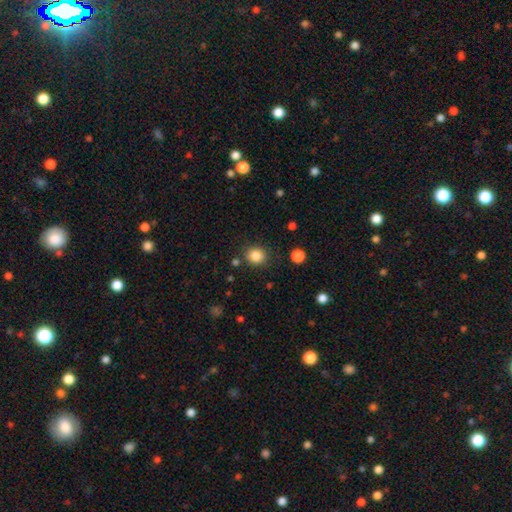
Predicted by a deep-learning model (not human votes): Morphology: type=smooth (85%); roundness=round (85%); merging=none (85%).